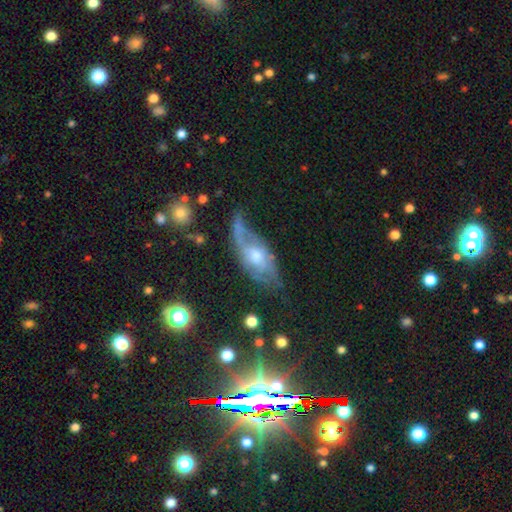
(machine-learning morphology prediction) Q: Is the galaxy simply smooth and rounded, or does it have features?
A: featured or disk — 69%.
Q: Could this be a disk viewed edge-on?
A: no — 84%.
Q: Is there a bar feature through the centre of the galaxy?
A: no — 62%.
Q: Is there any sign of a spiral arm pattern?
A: yes — 78%.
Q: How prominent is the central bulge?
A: moderate — 56%.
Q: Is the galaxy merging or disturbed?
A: none — 41%.